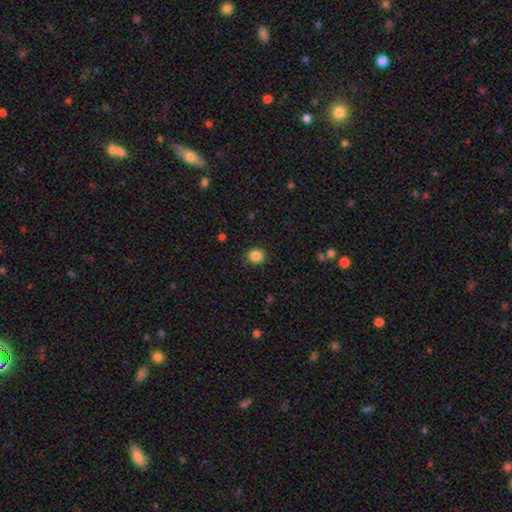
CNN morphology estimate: Smooth or featured: smooth — 86% (star or artifact — 11%)
How rounded: round — 85% (in between — 14%)
Merging: none — 90% (minor disturbance — 7%)